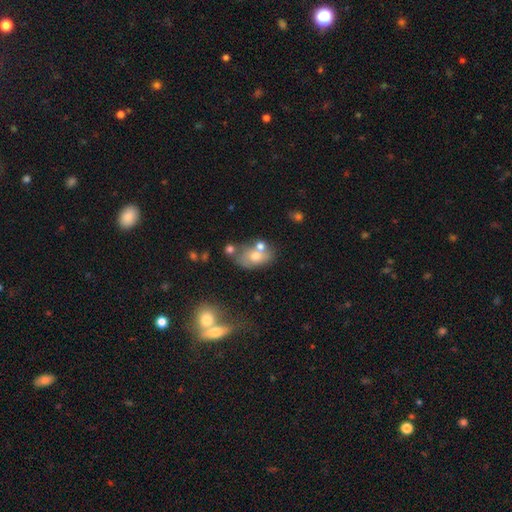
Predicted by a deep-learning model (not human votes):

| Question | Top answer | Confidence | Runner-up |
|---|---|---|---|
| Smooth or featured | smooth | 60% | featured or disk (29%) |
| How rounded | in between | 77% | round (21%) |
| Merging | none | 40% | merger (34%) |